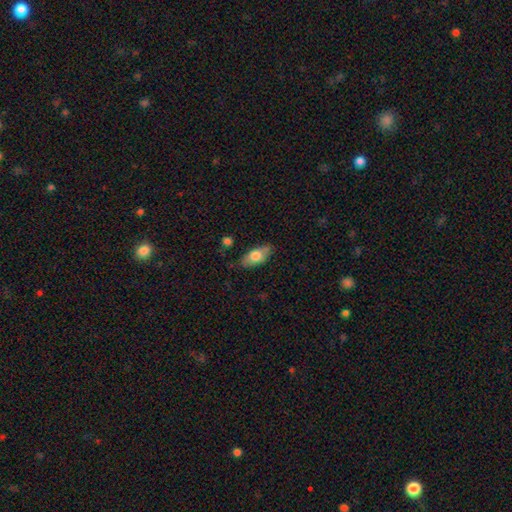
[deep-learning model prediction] This appears to be a smooth galaxy with no disk features (72%) that is in between round and cigar-shaped (87%). Merging: none (79%).